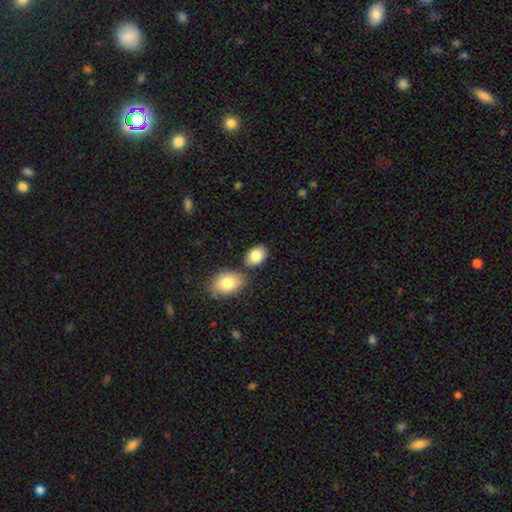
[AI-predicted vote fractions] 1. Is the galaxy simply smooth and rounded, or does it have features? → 84% smooth, 9% featured or disk, 7% star or artifact.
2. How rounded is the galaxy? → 85% in between, 14% round, 1% cigar-shaped.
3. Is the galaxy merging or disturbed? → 62% none, 20% merger, 14% minor disturbance, 4% major disturbance.